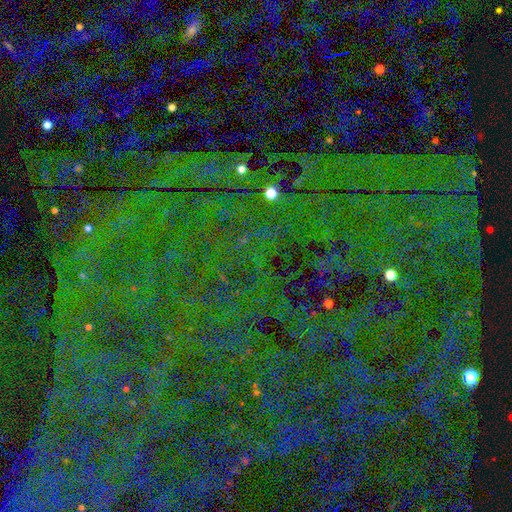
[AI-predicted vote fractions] smooth_or_featured: star or artifact (p=0.83) [alt: smooth p=0.09]